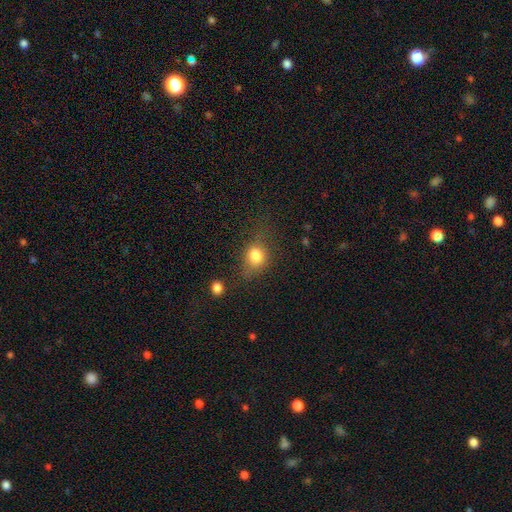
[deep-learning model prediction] This appears to be a smooth galaxy with no disk features (78%) that is in between round and cigar-shaped (54%). Merging: none (47%).